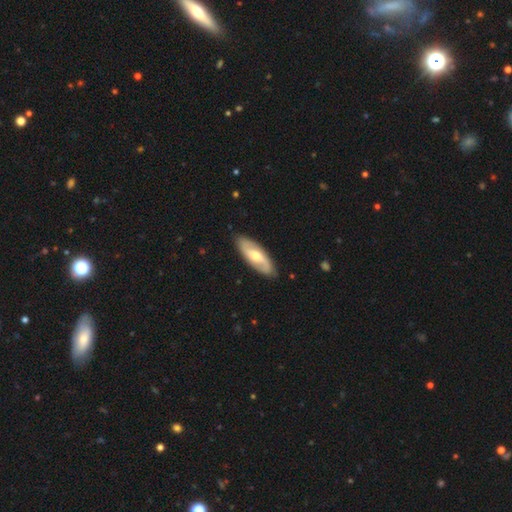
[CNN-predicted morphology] The model was most divided on "bar": no: 43%, weak: 41%, strong: 17%. More confident: merging — none (87%); edge-on disk — no (84%); spiral arms — yes (82%); bulge size — moderate (67%); smooth or featured — featured or disk (65%).